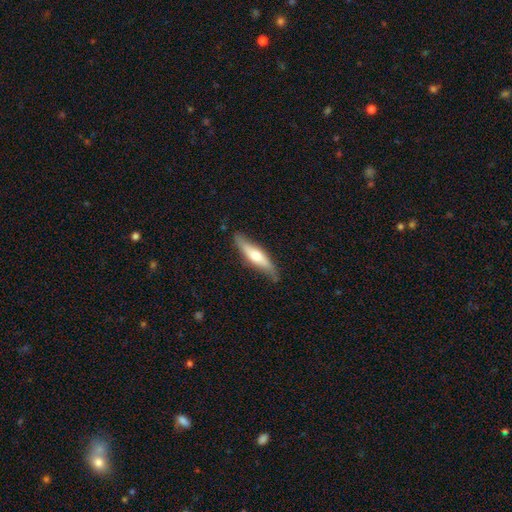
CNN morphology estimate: A smooth galaxy with no disk features (51%) that is cigar-shaped (79%). Merging: none (77%).